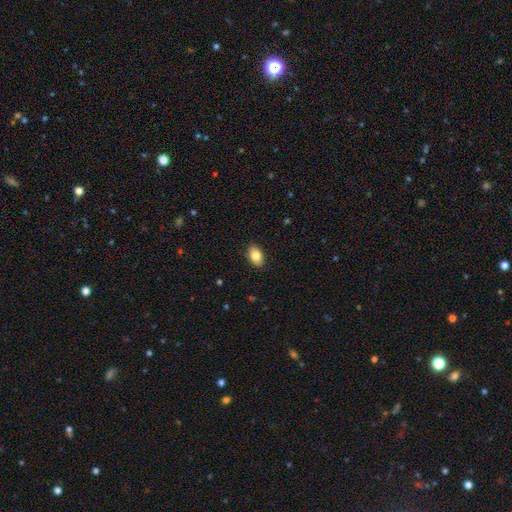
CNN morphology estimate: Overall: smooth (84%). How rounded: in between (88%). Merging: none (89%).